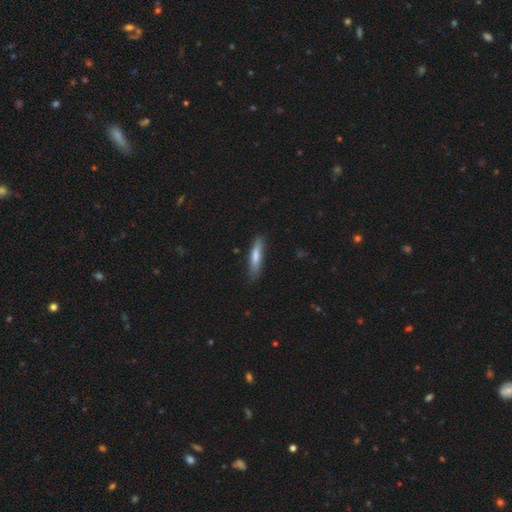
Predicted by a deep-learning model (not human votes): Smooth or featured: smooth — 76% (featured or disk — 19%)
How rounded: cigar-shaped — 79% (in between — 19%)
Merging: none — 80% (minor disturbance — 16%)